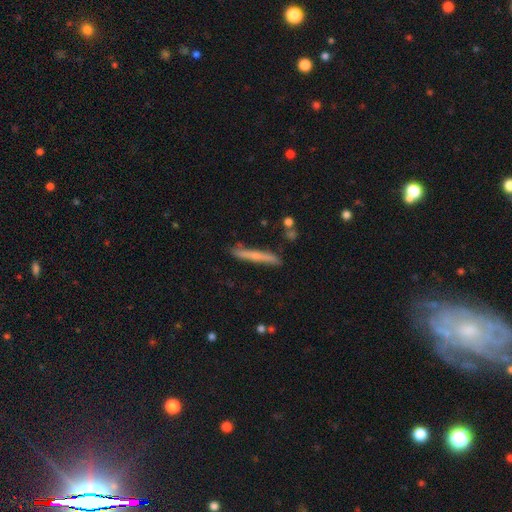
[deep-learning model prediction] smooth 48%, featured or disk 46%, star or artifact 6%. Down the decision tree: merging — none (81%).